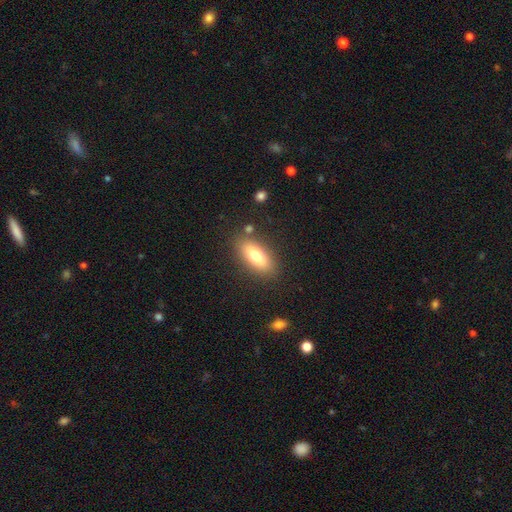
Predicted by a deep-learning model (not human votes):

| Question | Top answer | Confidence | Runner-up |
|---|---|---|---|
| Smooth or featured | smooth | 74% | featured or disk (18%) |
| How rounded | in between | 80% | cigar-shaped (18%) |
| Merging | none | 83% | minor disturbance (11%) |